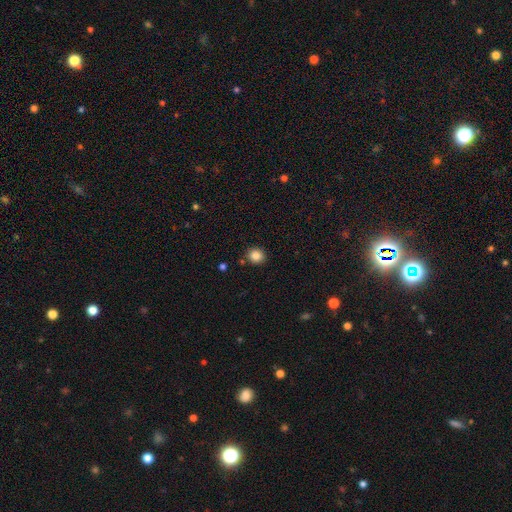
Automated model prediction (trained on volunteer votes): Smooth or featured: smooth — 84% (star or artifact — 10%)
How rounded: round — 82% (in between — 17%)
Merging: none — 87% (minor disturbance — 8%)